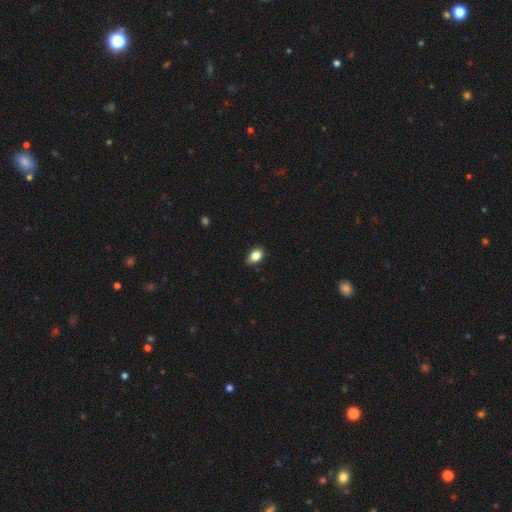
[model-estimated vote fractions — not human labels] smooth_or_featured: smooth (p=0.83) [alt: featured or disk p=0.09]
how_rounded: in between (p=0.86) [alt: round p=0.12]
merging: none (p=0.82) [alt: minor disturbance p=0.15]